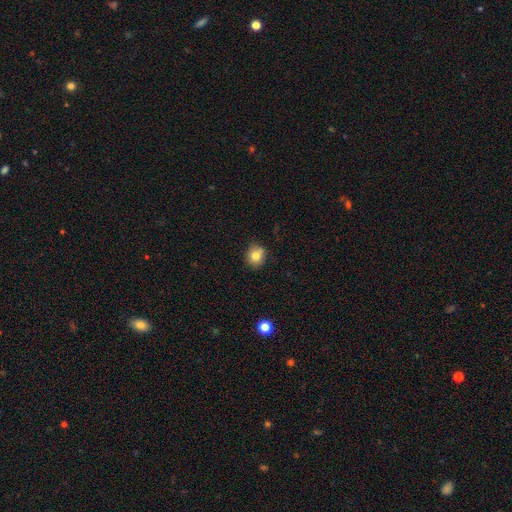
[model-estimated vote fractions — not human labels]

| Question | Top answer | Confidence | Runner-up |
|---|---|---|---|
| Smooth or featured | smooth | 78% | star or artifact (11%) |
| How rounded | round | 79% | in between (20%) |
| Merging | none | 73% | minor disturbance (16%) |